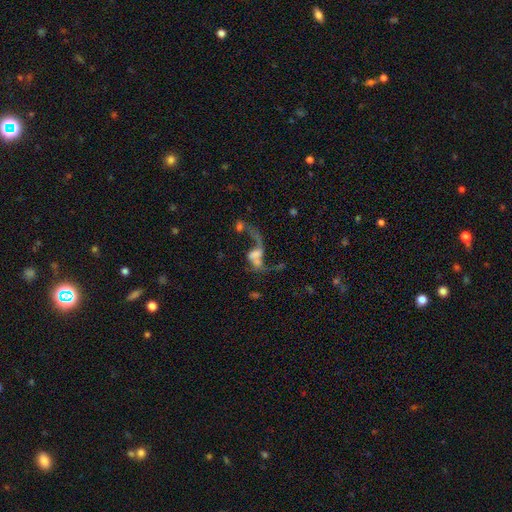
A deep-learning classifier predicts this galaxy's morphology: This is likely a featured or disk galaxy (64%). It is clearly not viewed edge-on (96%). Bar: possibly no (57%). Spiral arm pattern: likely yes (66%). Central bulge: marginally none (40%). Merging: marginally merger (43%).